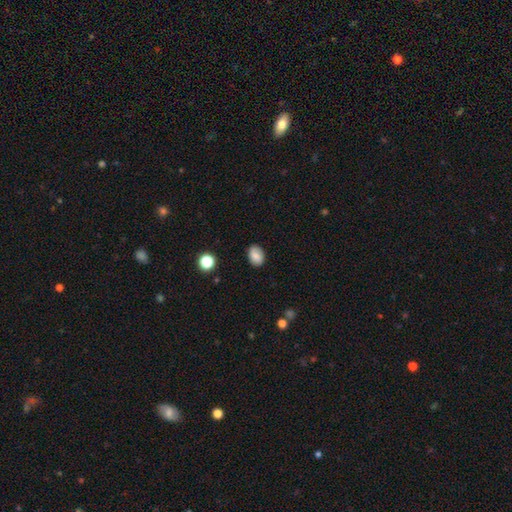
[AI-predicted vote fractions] Morphology: type=smooth (83%); roundness=in between (76%); merging=none (85%).